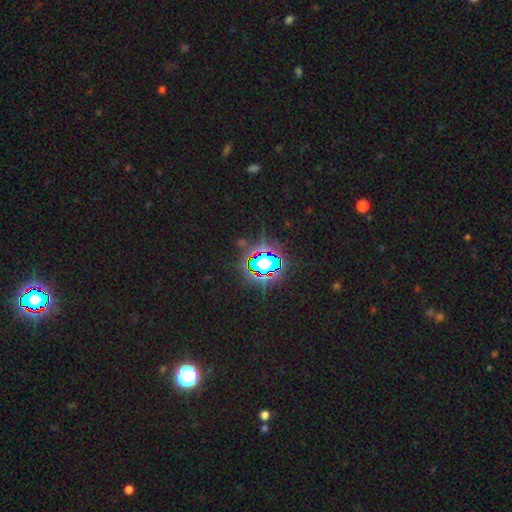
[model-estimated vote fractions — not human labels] This appears to be a star or artifact, not a galaxy (76%).